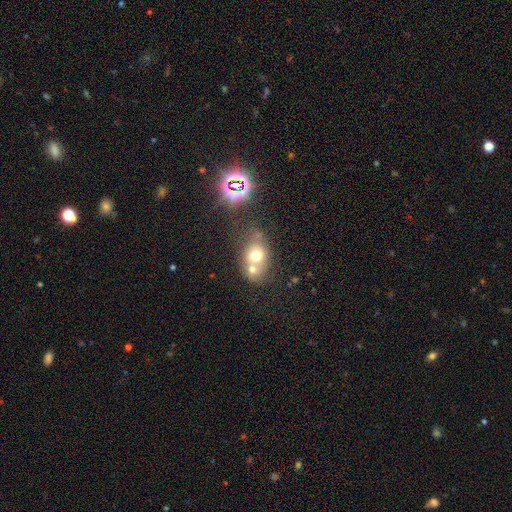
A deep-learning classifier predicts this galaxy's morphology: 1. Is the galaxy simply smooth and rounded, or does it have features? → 63% smooth, 22% featured or disk, 15% star or artifact.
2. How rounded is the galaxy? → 53% round, 46% in between, 1% cigar-shaped.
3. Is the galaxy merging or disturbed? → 54% merger, 32% none, 9% minor disturbance, 5% major disturbance.